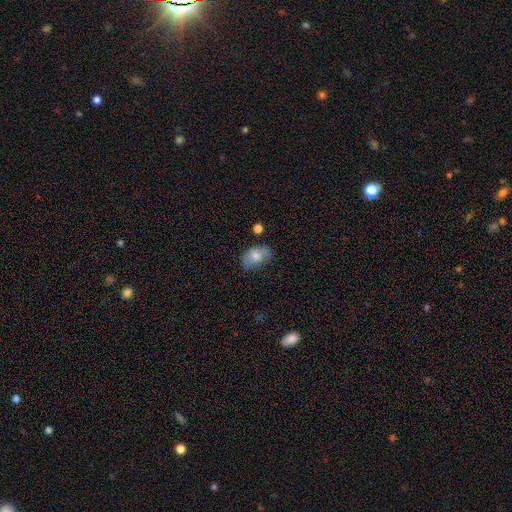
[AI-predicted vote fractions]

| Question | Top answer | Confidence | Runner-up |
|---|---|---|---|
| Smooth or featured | smooth | 69% | featured or disk (21%) |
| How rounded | in between | 83% | round (16%) |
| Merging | none | 56% | minor disturbance (31%) |